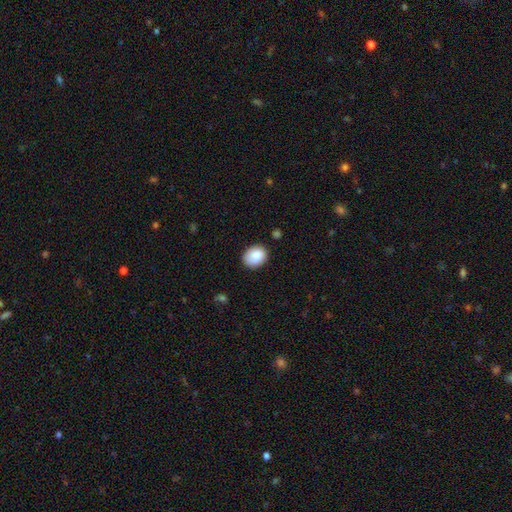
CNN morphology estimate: Smooth or featured?
  - smooth: 88% *
  - star or artifact: 7%
  - featured or disk: 5%
How rounded?
  - in between: 56% *
  - round: 43%
  - cigar-shaped: 1%
Merging?
  - none: 84% *
  - minor disturbance: 12%
  - major disturbance: 2%
  - merger: 2%